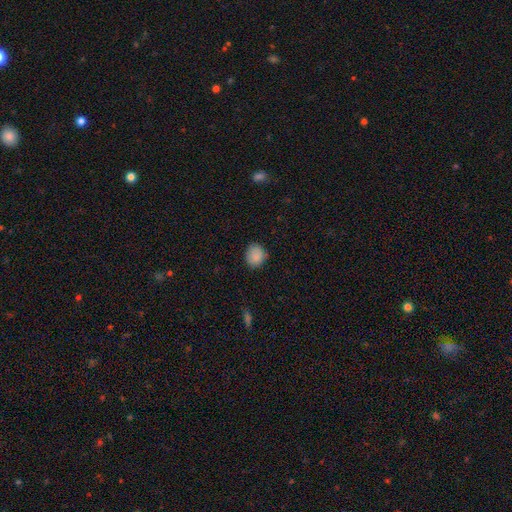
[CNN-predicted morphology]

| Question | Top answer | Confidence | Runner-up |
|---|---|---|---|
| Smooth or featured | smooth | 87% | star or artifact (9%) |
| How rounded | round | 74% | in between (25%) |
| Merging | none | 82% | minor disturbance (14%) |